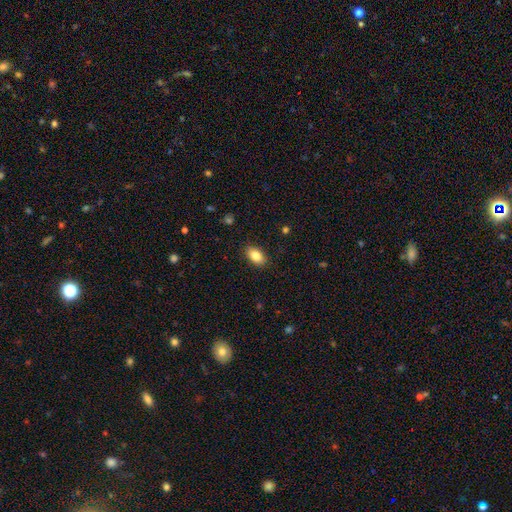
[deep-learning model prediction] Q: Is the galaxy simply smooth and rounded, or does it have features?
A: smooth — 84%.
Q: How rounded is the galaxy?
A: in between — 90%.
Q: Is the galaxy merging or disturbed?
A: none — 88%.